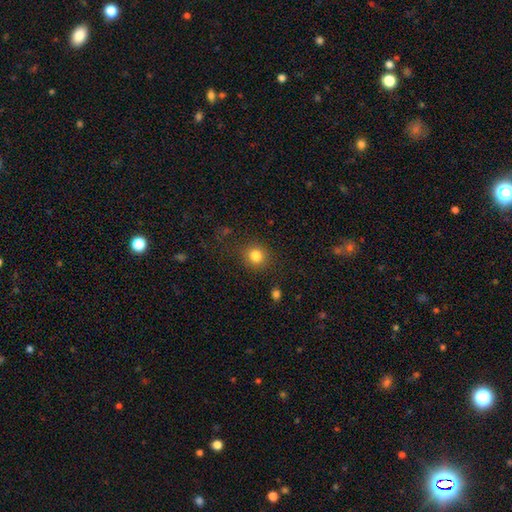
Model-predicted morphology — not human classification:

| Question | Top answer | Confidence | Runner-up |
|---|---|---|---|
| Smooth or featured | smooth | 83% | star or artifact (12%) |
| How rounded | round | 88% | in between (11%) |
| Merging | none | 85% | minor disturbance (9%) |